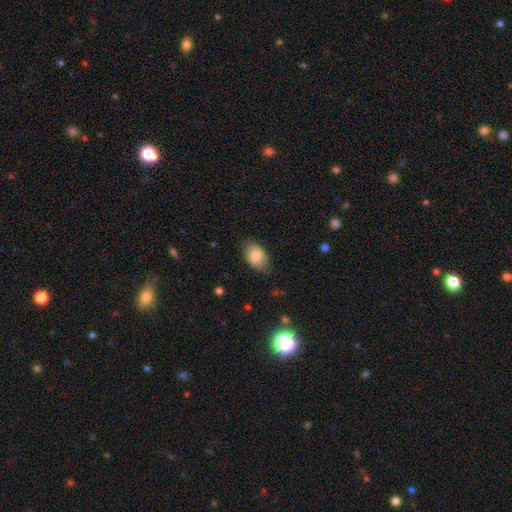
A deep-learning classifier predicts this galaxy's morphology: smooth 77%, featured or disk 16%, star or artifact 7%. Down the decision tree: how rounded — in between (89%); merging — none (74%).